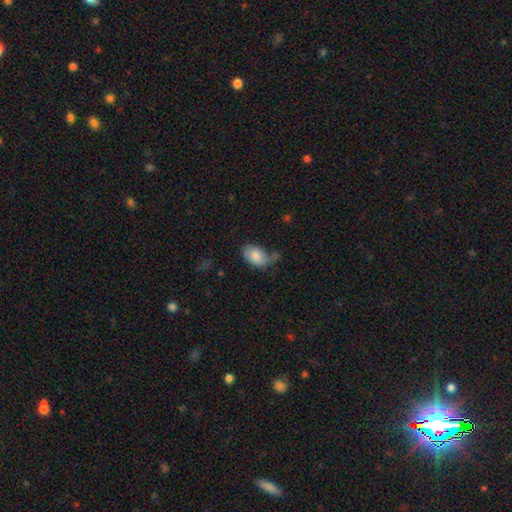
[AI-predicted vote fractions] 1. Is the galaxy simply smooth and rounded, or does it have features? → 81% smooth, 12% featured or disk, 7% star or artifact.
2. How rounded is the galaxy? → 90% in between, 9% round, 1% cigar-shaped.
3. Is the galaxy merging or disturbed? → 48% none, 31% minor disturbance, 12% major disturbance, 9% merger.